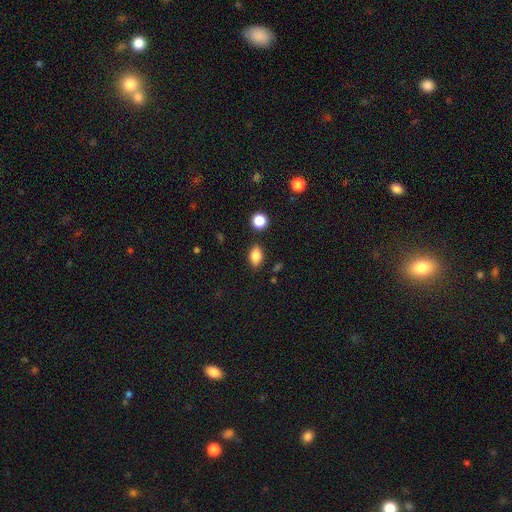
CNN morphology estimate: smooth_or_featured: smooth (p=0.82) [alt: star or artifact p=0.09]
how_rounded: in between (p=0.83) [alt: round p=0.14]
merging: none (p=0.82) [alt: minor disturbance p=0.12]